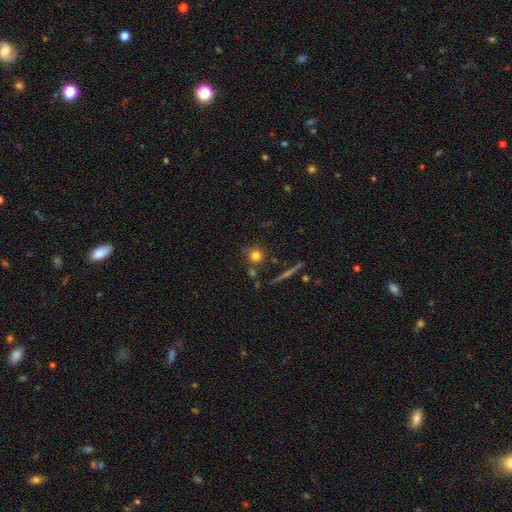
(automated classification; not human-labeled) A smooth galaxy with no disk features (76%) that is round (90%).

Vote fractions:
- Smooth or featured? smooth: 76% / star or artifact: 12% / featured or disk: 11%
- How rounded? round: 90% / in between: 7% / cigar-shaped: 3%
- Merging? none: 74% / minor disturbance: 12% / merger: 10% / major disturbance: 4%